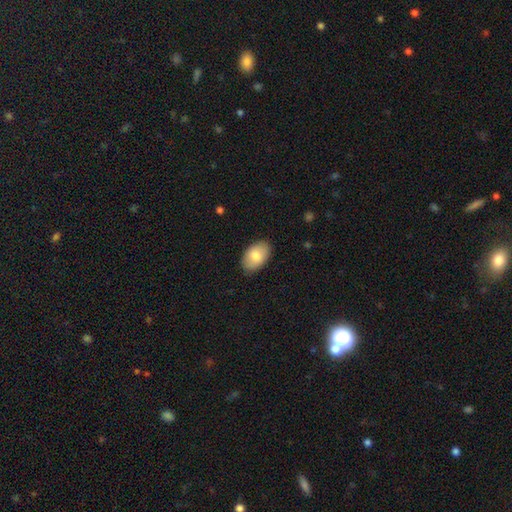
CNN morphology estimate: This is likely a smooth galaxy (79%). How rounded: clearly in between (93%). Merging: clearly none (86%).